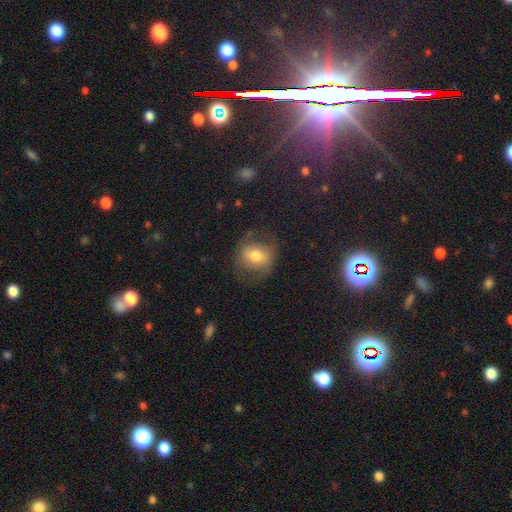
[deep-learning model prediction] Overall: smooth (53%; featured or disk 37%). How rounded: round (56%; in between 42%). Merging: none (65%).